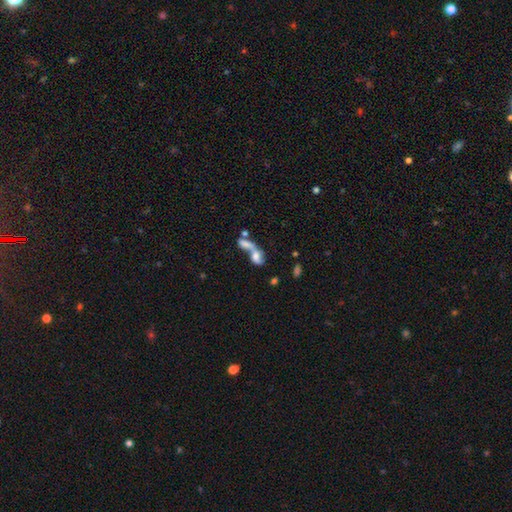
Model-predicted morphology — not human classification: type=smooth (55%); roundness=in between (69%); merging=merger (69%).